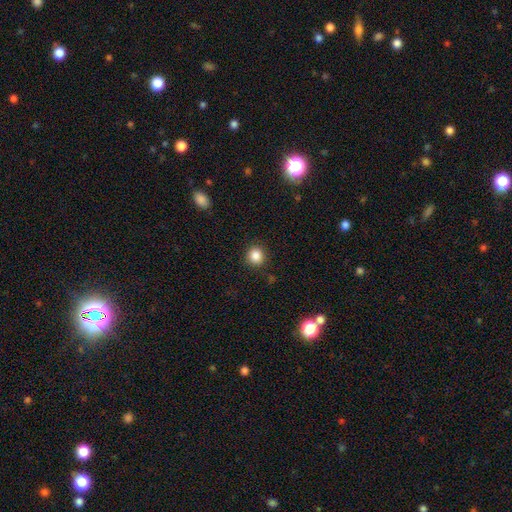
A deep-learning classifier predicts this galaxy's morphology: Smooth or featured? Predicted: smooth (p=0.86). How rounded? Predicted: round (p=0.88). Merging? Predicted: none (p=0.89).